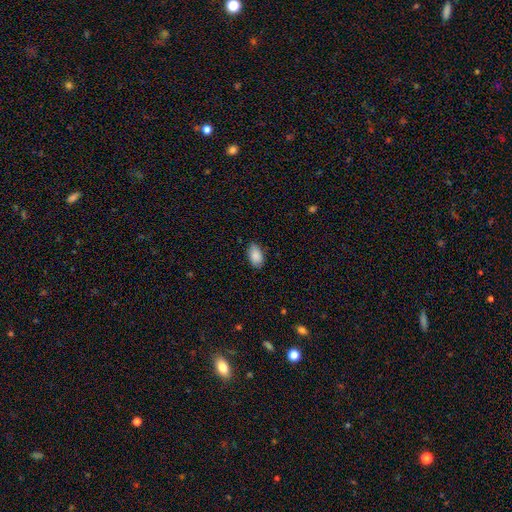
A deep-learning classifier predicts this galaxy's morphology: Smooth or featured? Predicted: smooth (p=0.89). How rounded? Predicted: in between (p=0.93). Merging? Predicted: none (p=0.81).